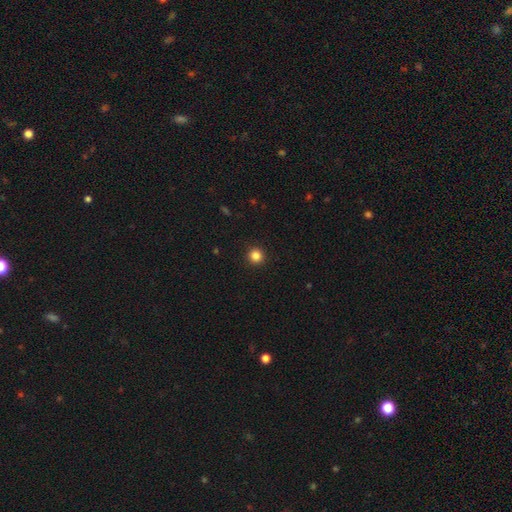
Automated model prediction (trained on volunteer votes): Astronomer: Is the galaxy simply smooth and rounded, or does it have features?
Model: smooth — 84%.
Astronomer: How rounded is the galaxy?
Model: round — 96%.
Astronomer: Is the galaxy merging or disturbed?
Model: none — 93%.